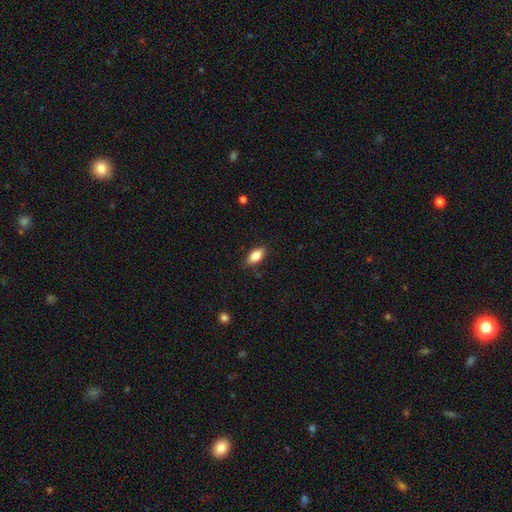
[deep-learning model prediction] Smooth or featured? smooth (81%)
How rounded? in between (89%)
Merging? none (87%)